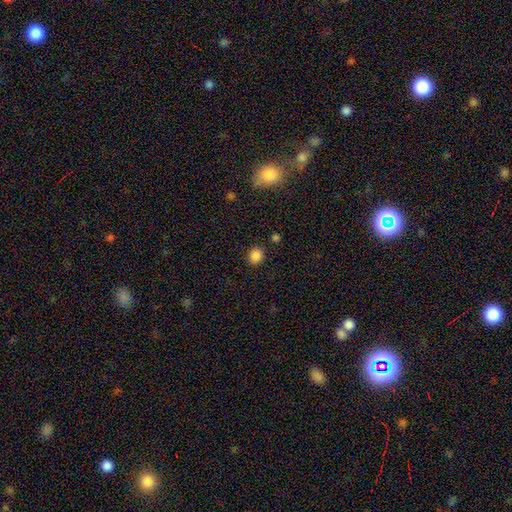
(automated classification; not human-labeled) smooth-or-featured: smooth: 85% | star or artifact: 12% | featured or disk: 3%
  how-rounded: round: 79% | in between: 20% | cigar-shaped: 1%
  merging: none: 87% | minor disturbance: 8% | major disturbance: 3% | merger: 2%